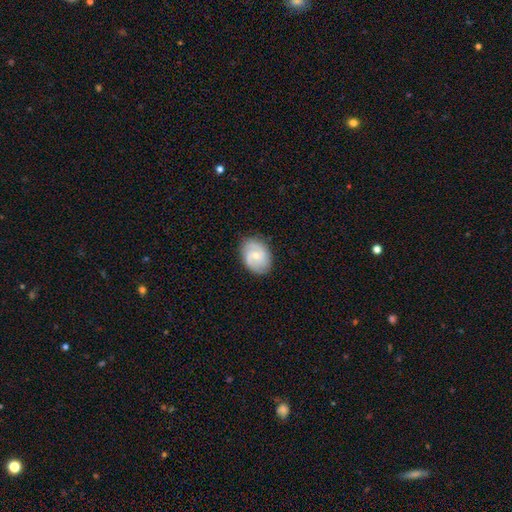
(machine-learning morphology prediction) Overall: featured or disk (65%; smooth 29%). Edge-on disk: no (97%). Bar: no (55%; weak 39%). Spiral arms: yes (90%). Spiral arm count: 2 (68%). Spiral winding: medium (44%; tight 38%). Bulge size: small (52%; moderate 44%). Merging: none (82%).